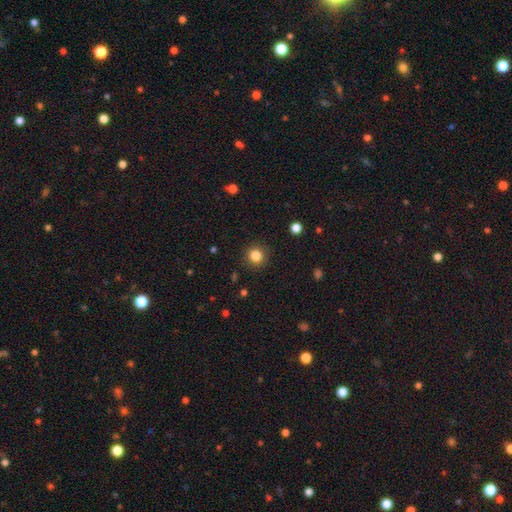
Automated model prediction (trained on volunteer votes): A smooth galaxy with no disk features (84%) that is round (91%).

Vote fractions:
- Smooth or featured? smooth: 84% / star or artifact: 11% / featured or disk: 4%
- How rounded? round: 91% / in between: 8% / cigar-shaped: 1%
- Merging? none: 90% / minor disturbance: 6% / major disturbance: 2% / merger: 1%